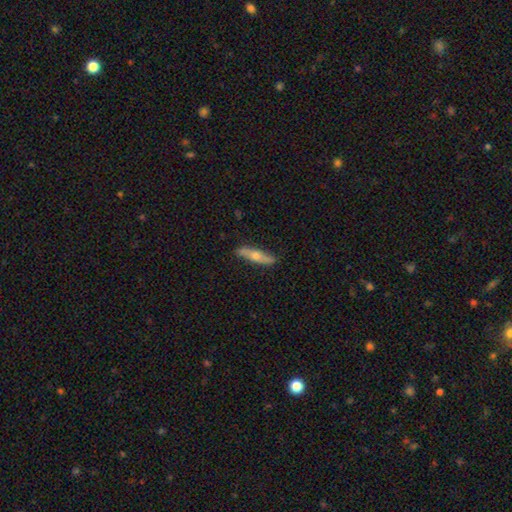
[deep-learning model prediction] This appears to be a featured or disk galaxy (48%). Merging: none (85%).